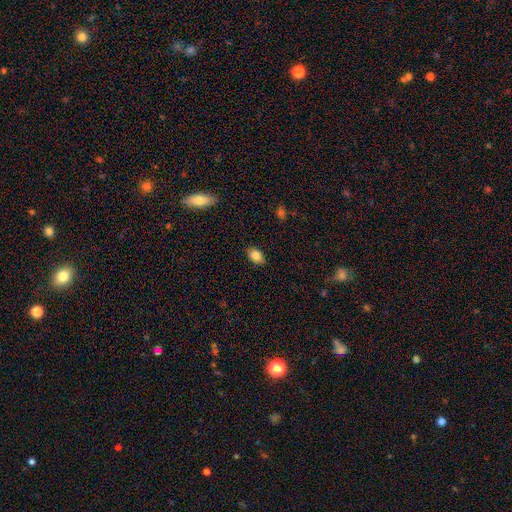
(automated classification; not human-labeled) Q: Smooth or featured?
A: smooth (84%); runner-up: star or artifact (8%)
Q: How rounded?
A: in between (85%); runner-up: round (13%)
Q: Merging?
A: none (87%); runner-up: minor disturbance (10%)